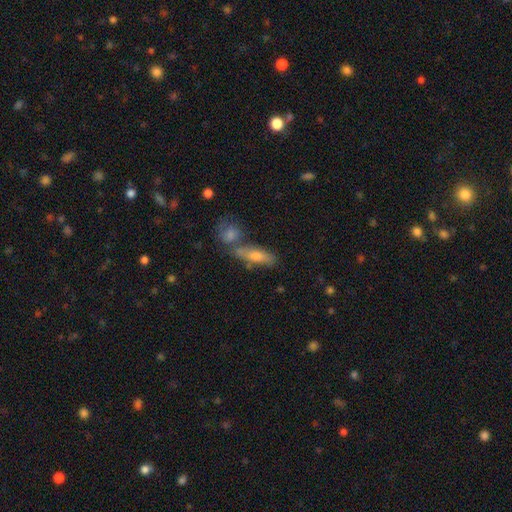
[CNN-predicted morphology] Smooth or featured? smooth (61%)
How rounded? cigar-shaped (55%)
Merging? none (54%)